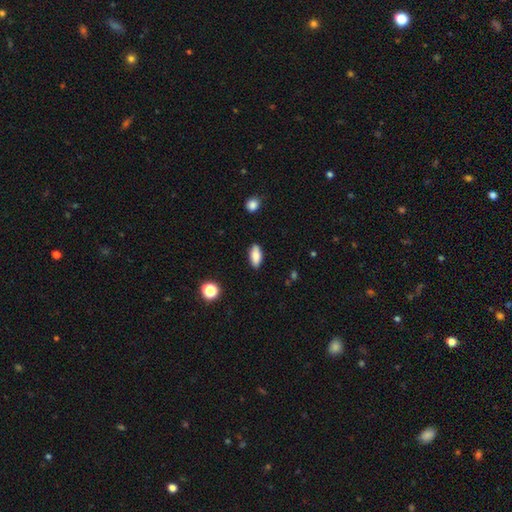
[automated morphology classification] Overall: smooth (83%). How rounded: in between (84%). Merging: none (87%).